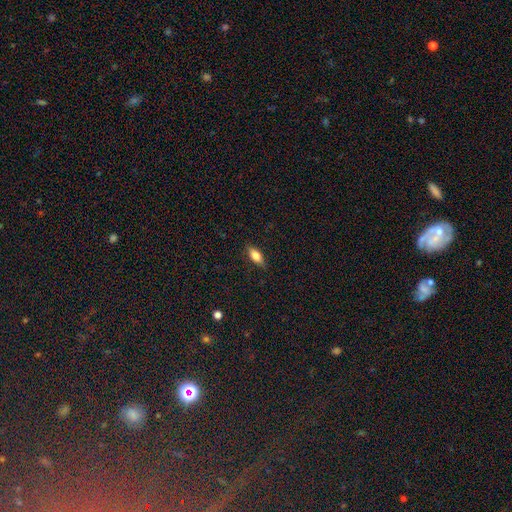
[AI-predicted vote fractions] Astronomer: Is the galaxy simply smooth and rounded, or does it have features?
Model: smooth — 70%.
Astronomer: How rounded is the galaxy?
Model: in between — 75%.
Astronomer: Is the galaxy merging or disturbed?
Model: none — 84%.